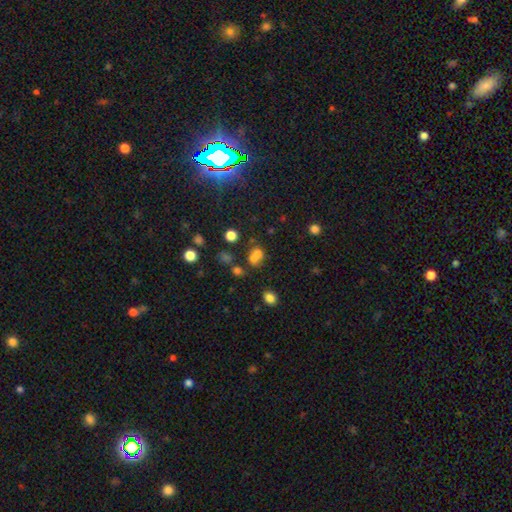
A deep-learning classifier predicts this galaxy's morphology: Q: Smooth or featured?
A: smooth (67%); runner-up: star or artifact (19%)
Q: How rounded?
A: round (57%); runner-up: in between (41%)
Q: Merging?
A: merger (49%); runner-up: none (35%)